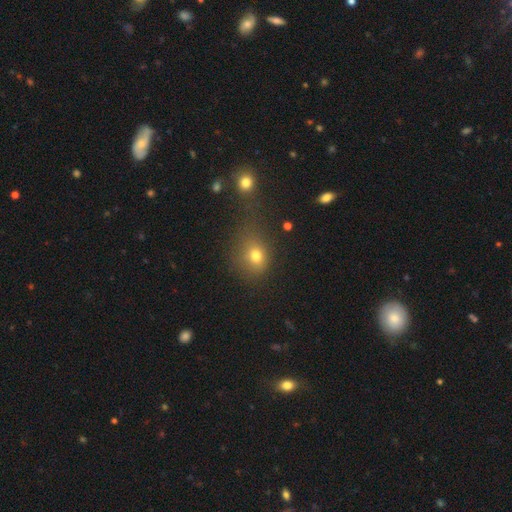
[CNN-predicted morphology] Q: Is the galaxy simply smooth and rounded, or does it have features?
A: smooth — 72%.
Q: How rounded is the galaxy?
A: round — 61%.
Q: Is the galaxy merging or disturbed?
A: none — 52%.